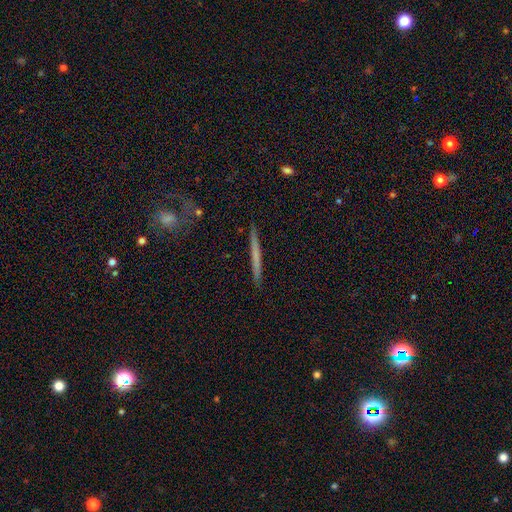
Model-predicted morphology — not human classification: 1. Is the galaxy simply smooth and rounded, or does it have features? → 50% smooth, 44% featured or disk, 6% star or artifact.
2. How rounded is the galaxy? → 96% cigar-shaped, 2% in between, 2% round.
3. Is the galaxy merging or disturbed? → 91% none, 6% minor disturbance, 2% major disturbance, 2% merger.